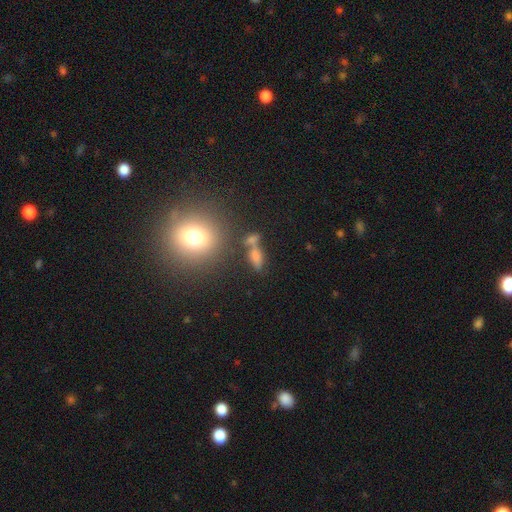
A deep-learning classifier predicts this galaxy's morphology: Smooth or featured: smooth — 62% (featured or disk — 20%)
How rounded: in between — 56% (cigar-shaped — 34%)
Merging: none — 45% (merger — 33%)